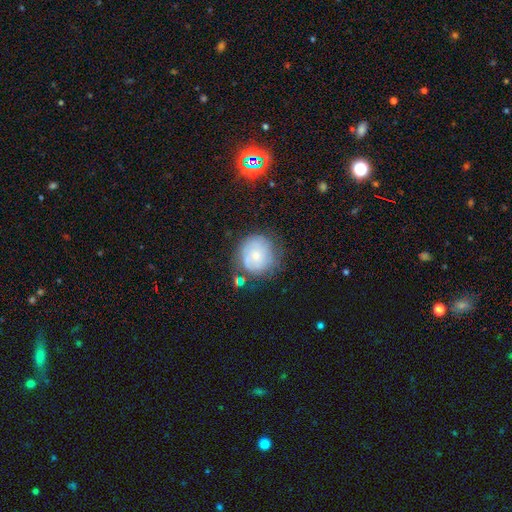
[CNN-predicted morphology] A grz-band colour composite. It shows a smooth galaxy with no disk features (46%, tied with featured or disk). Merging: none (64%).